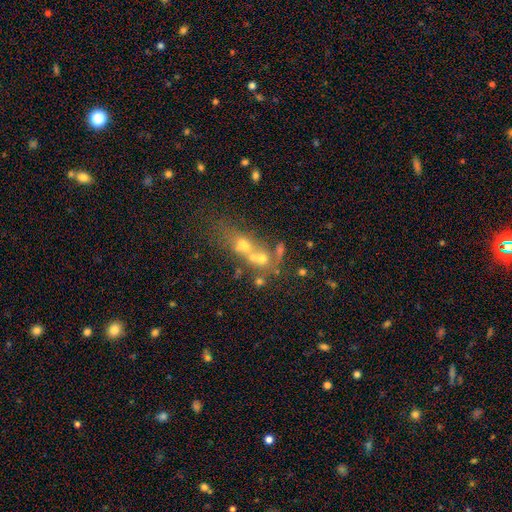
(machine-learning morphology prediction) Smooth or featured? Predicted: smooth (p=0.39). Merging? Predicted: merger (p=0.53).